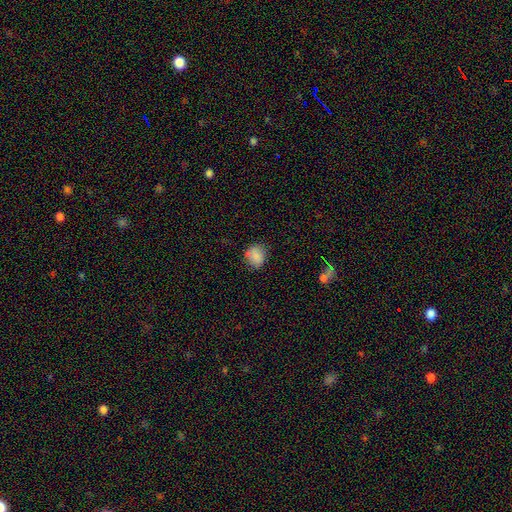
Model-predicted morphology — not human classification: This is clearly a smooth galaxy (83%). How rounded: likely round (68%). Merging: likely none (75%).